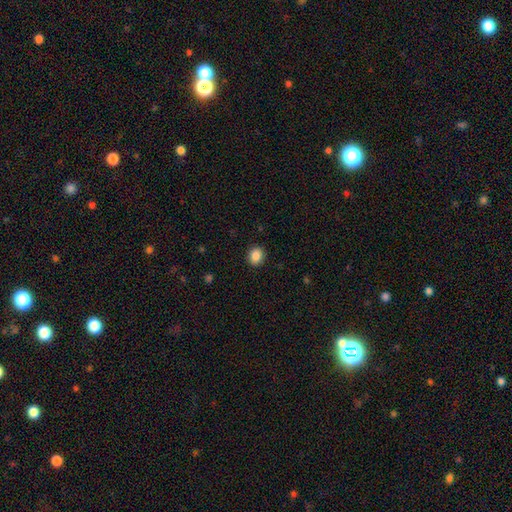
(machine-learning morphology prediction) type=smooth (87%); roundness=round (65%); merging=none (91%).